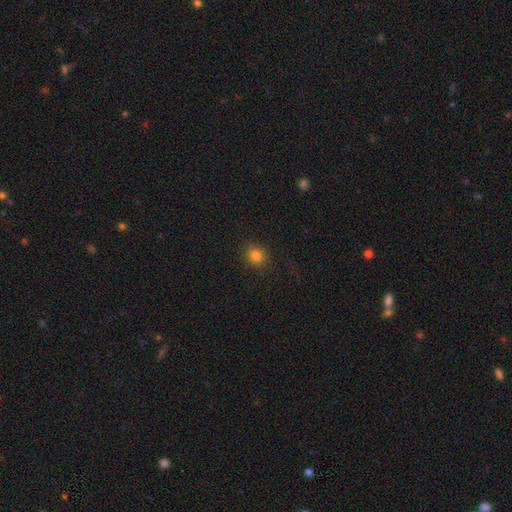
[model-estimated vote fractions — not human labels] The model was most divided on "how rounded": round: 81%, in between: 18%, cigar-shaped: 1%. More confident: merging — none (85%); smooth or featured — smooth (83%).